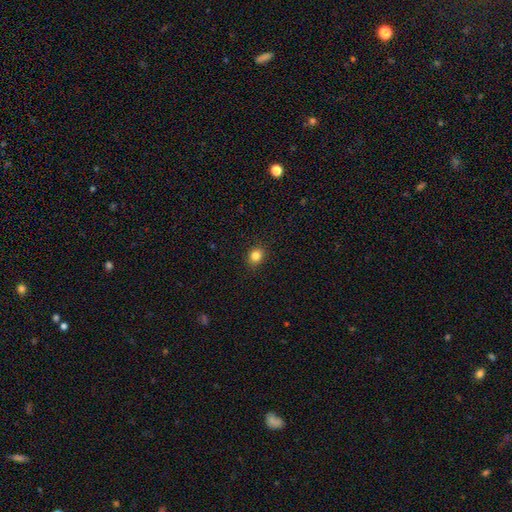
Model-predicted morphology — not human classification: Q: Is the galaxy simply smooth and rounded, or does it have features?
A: smooth — 84%.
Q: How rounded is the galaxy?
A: round — 73%.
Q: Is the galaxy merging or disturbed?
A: none — 90%.